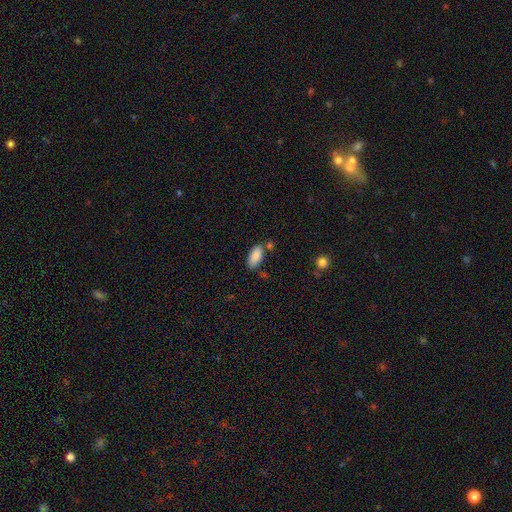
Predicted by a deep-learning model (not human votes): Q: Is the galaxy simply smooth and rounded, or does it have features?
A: smooth — 88%.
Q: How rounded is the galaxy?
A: in between — 91%.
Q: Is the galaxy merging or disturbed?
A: none — 72%.